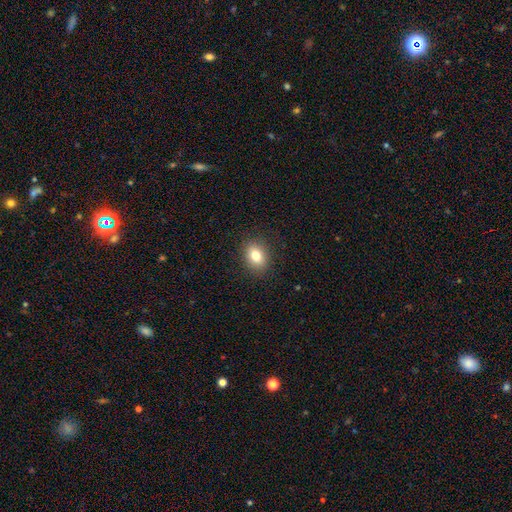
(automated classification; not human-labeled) Morphology: type=smooth (81%); roundness=in between (61%); merging=none (88%).